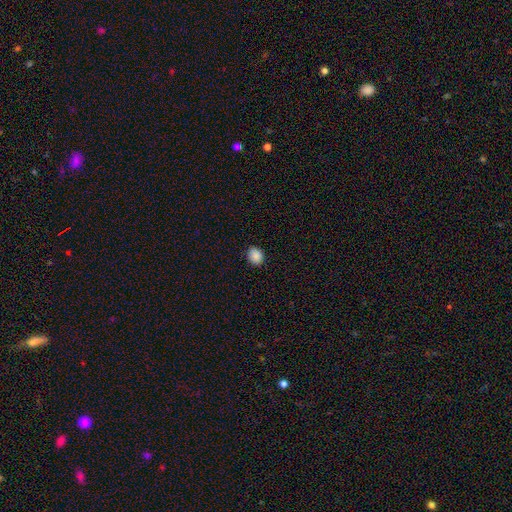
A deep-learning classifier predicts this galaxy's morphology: Smooth or featured: smooth — 88% (star or artifact — 9%)
How rounded: round — 57% (in between — 42%)
Merging: none — 87% (minor disturbance — 10%)